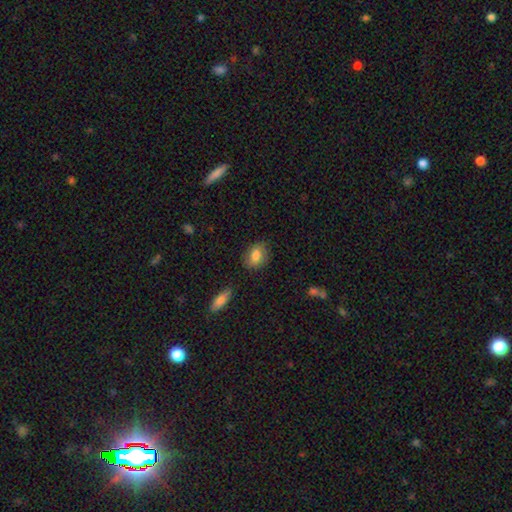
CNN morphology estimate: Overall: smooth (80%). How rounded: in between (71%). Merging: none (79%).